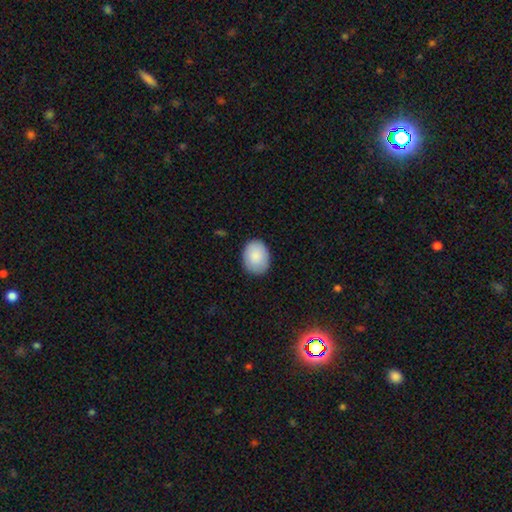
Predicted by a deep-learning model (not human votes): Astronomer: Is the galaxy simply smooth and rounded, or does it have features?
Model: smooth — 87%.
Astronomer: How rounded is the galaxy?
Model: in between — 59% (runner-up: round, 40%).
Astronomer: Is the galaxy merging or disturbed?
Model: none — 85%.